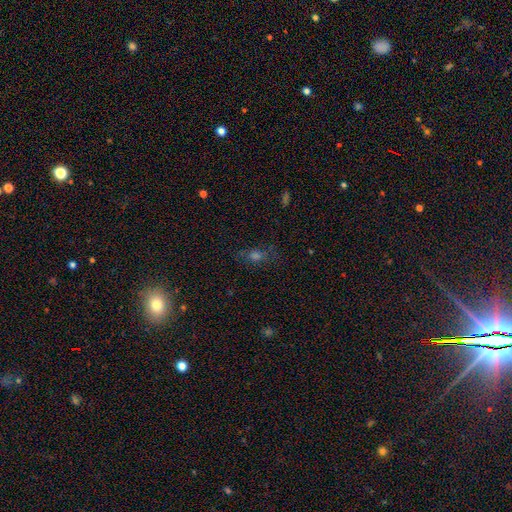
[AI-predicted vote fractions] Q: Smooth or featured?
A: smooth (45%); runner-up: star or artifact (34%)
Q: Merging?
A: none (71%); runner-up: minor disturbance (17%)